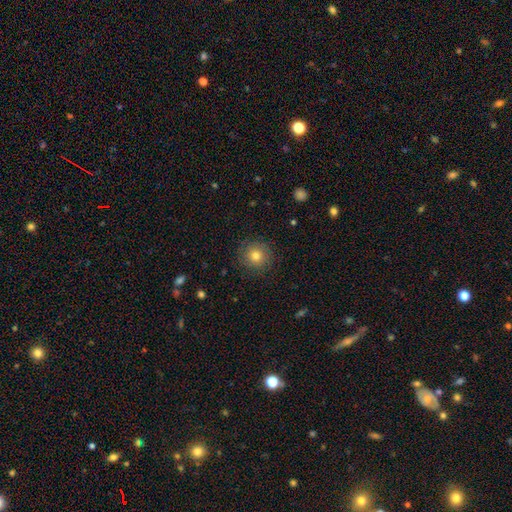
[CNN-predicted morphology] This is likely a smooth galaxy (78%). How rounded: clearly round (93%). Merging: clearly none (87%).